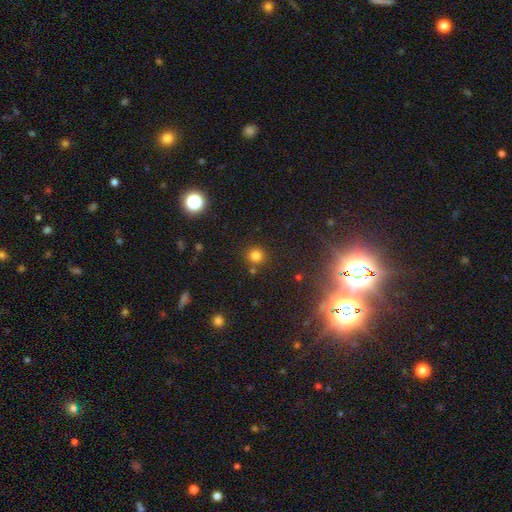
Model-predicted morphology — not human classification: smooth-or-featured: smooth: 78% | star or artifact: 16% | featured or disk: 6%
  how-rounded: round: 89% | in between: 10% | cigar-shaped: 1%
  merging: none: 80% | minor disturbance: 9% | merger: 8% | major disturbance: 3%